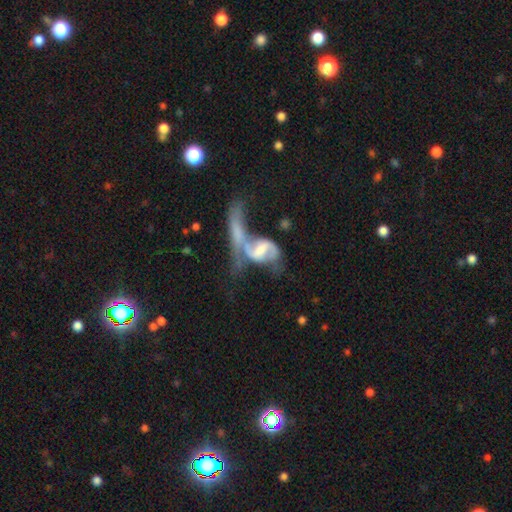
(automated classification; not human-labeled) Smooth or featured: featured or disk — 58% (smooth — 23%)
Edge-on disk: no — 77% (yes — 23%)
Merging: merger — 63% (none — 16%)